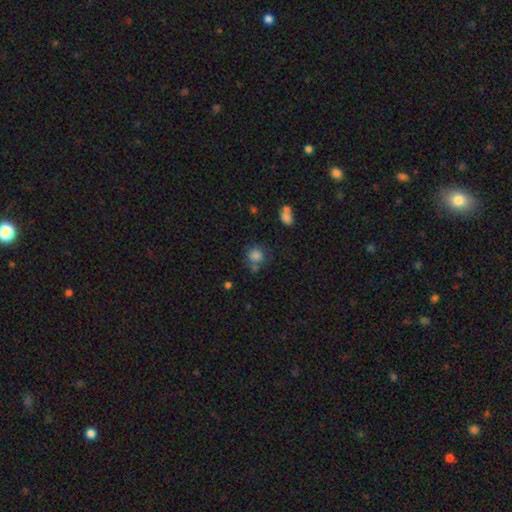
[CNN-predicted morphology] Overall: smooth (82%). How rounded: round (82%). Merging: none (60%).